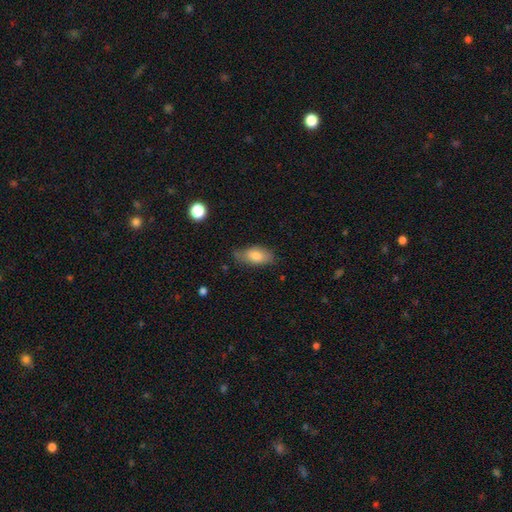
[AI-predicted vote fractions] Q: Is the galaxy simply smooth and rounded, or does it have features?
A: smooth — 78%.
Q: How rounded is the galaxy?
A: in between — 84%.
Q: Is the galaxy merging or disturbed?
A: none — 70%.